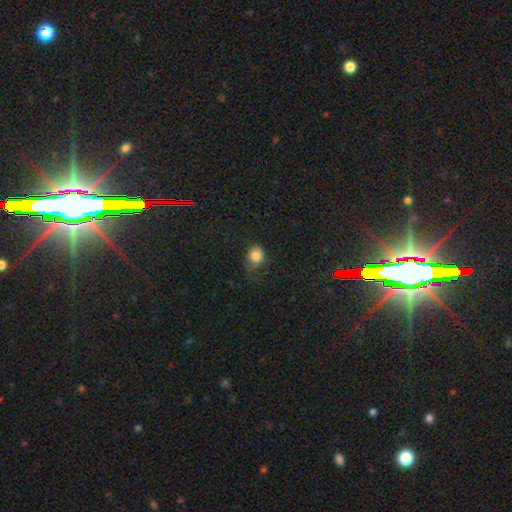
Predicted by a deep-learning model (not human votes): Smooth or featured? smooth (81%)
How rounded? round (71%)
Merging? none (44%)